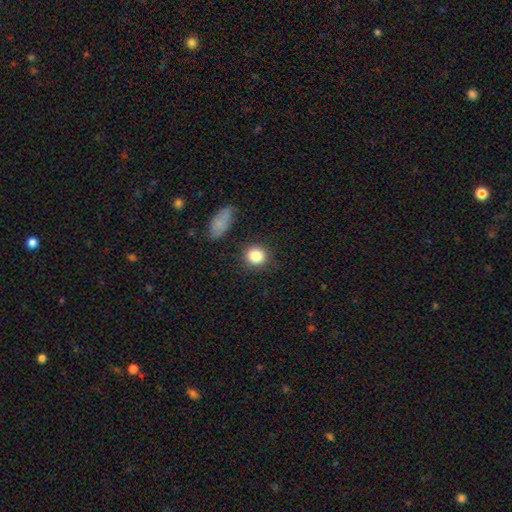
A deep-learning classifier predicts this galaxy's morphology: Smooth or featured: smooth — 84% (star or artifact — 10%)
How rounded: round — 82% (in between — 16%)
Merging: none — 84% (minor disturbance — 10%)